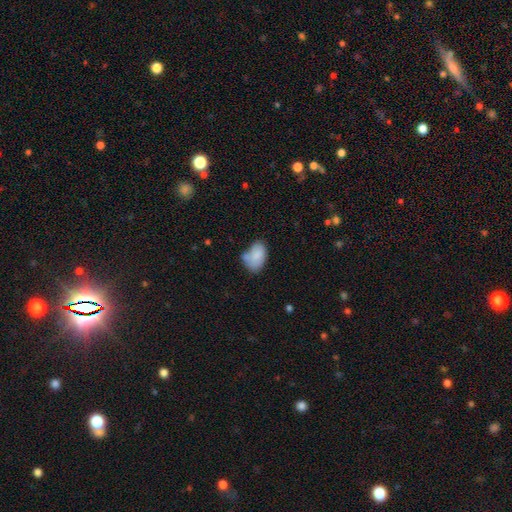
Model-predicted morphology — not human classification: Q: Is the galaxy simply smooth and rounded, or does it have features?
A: smooth — 83%.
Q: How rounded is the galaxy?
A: in between — 89%.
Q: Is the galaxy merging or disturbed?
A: none — 45%.